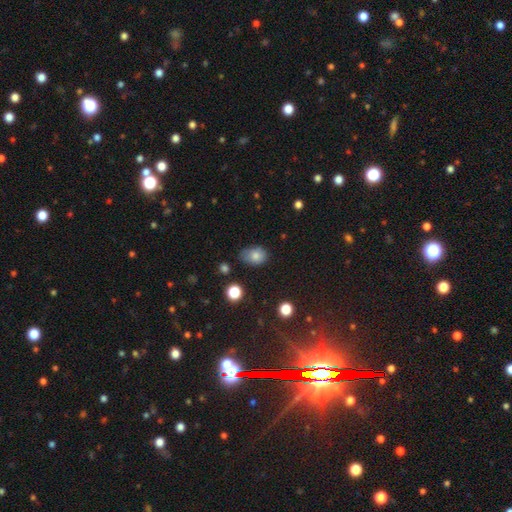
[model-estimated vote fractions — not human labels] Morphology: type=smooth (80%); roundness=in between (73%); merging=none (58%).